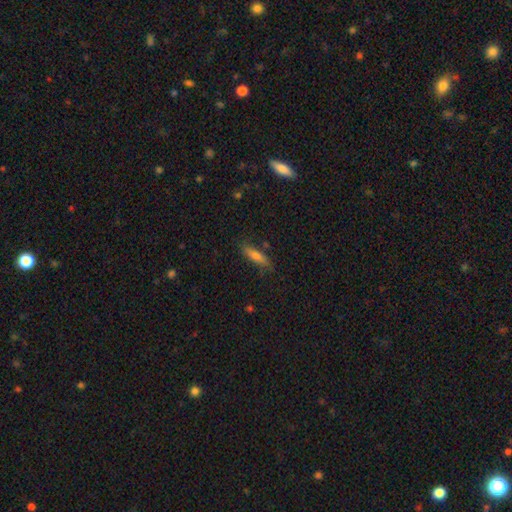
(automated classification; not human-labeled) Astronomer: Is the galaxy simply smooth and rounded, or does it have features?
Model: smooth — 66%.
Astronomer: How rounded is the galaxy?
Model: cigar-shaped — 69%.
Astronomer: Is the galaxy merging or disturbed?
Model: none — 80%.